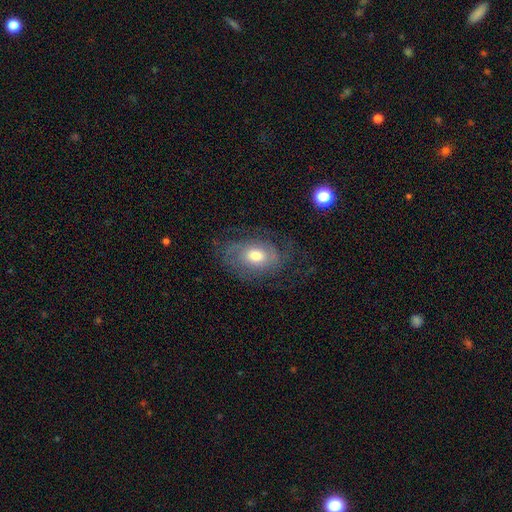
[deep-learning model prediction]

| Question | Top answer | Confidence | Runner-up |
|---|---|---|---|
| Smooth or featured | featured or disk | 56% | smooth (35%) |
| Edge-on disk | no | 95% | yes (5%) |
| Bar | no | 77% | weak (20%) |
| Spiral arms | yes | 72% | no (28%) |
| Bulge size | moderate | 66% | large (21%) |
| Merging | none | 59% | minor disturbance (22%) |